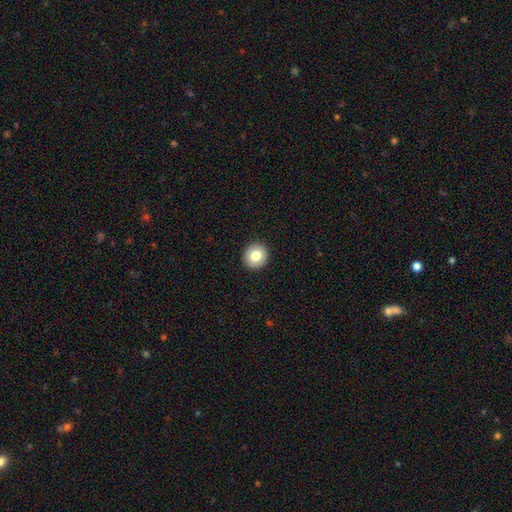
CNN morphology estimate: smooth_or_featured: smooth (p=0.79) [alt: featured or disk p=0.12]
how_rounded: round (p=0.86) [alt: in between p=0.13]
merging: none (p=0.92) [alt: minor disturbance p=0.05]